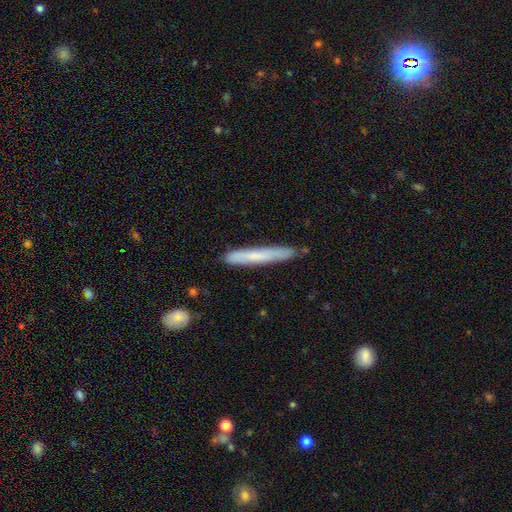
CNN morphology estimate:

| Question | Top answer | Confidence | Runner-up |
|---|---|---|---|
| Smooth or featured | smooth | 63% | featured or disk (31%) |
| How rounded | cigar-shaped | 96% | in between (3%) |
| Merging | none | 80% | minor disturbance (15%) |